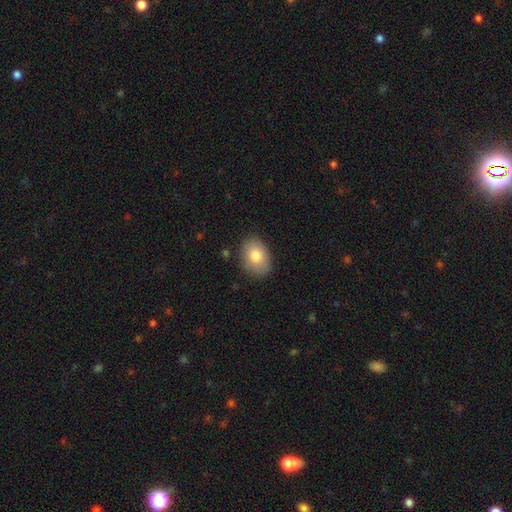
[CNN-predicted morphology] Smooth or featured?
  - smooth: 82% *
  - featured or disk: 11%
  - star or artifact: 7%
How rounded?
  - in between: 77% *
  - round: 22%
  - cigar-shaped: 1%
Merging?
  - none: 84% *
  - minor disturbance: 12%
  - major disturbance: 3%
  - merger: 1%